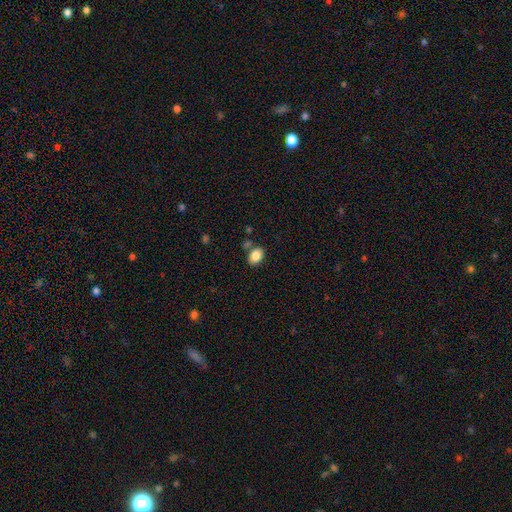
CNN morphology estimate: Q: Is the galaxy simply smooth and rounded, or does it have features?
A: smooth — 86%.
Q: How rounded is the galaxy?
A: in between — 76%.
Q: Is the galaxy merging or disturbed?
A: none — 74%.